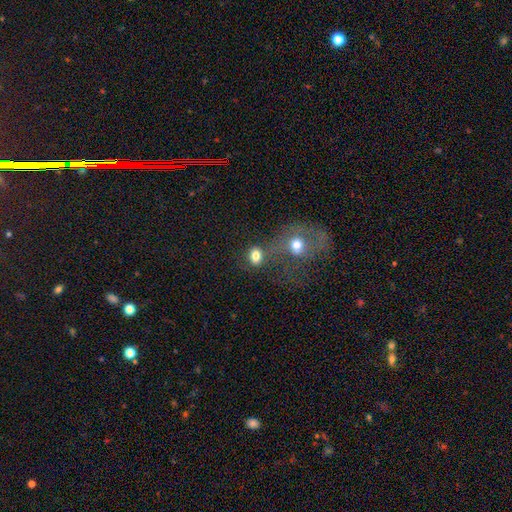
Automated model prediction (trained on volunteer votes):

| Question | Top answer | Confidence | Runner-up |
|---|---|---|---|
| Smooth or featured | smooth | 79% | star or artifact (12%) |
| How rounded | in between | 50% | round (49%) |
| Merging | none | 45% | merger (34%) |